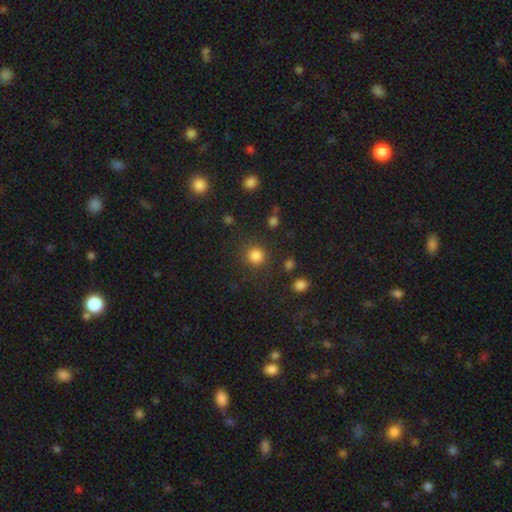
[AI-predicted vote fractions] Smooth or featured?
  - smooth: 84% *
  - star or artifact: 12%
  - featured or disk: 4%
How rounded?
  - round: 92% *
  - in between: 7%
  - cigar-shaped: 1%
Merging?
  - none: 84% *
  - minor disturbance: 9%
  - major disturbance: 5%
  - merger: 3%